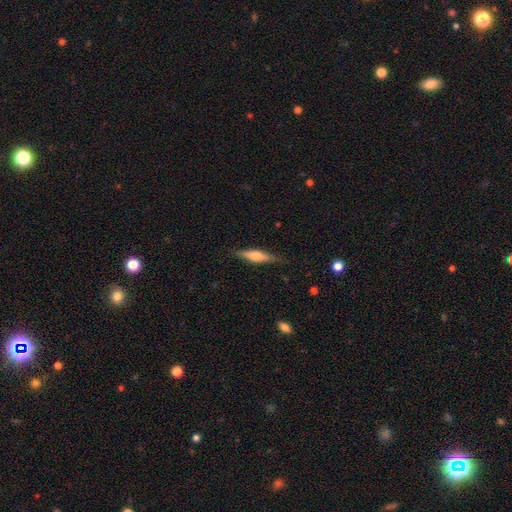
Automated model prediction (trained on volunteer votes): Smooth or featured?
  - smooth: 48% *
  - featured or disk: 46%
  - star or artifact: 6%
Merging?
  - none: 83% *
  - minor disturbance: 13%
  - major disturbance: 3%
  - merger: 1%